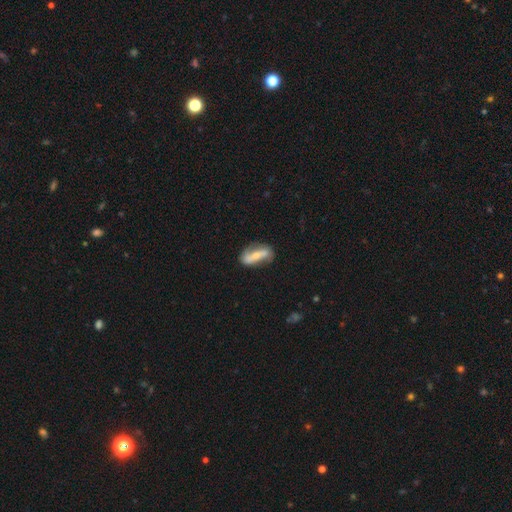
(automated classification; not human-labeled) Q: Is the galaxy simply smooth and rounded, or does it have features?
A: featured or disk — 59%.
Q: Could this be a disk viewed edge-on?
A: no — 81%.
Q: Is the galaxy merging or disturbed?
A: none — 62%.